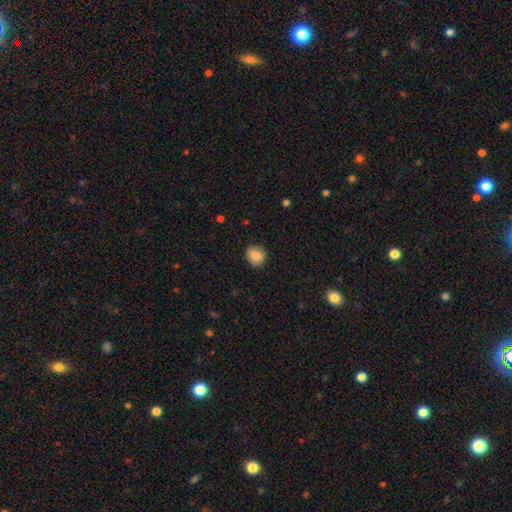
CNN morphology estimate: Overall: smooth (86%). How rounded: round (80%). Merging: none (86%).